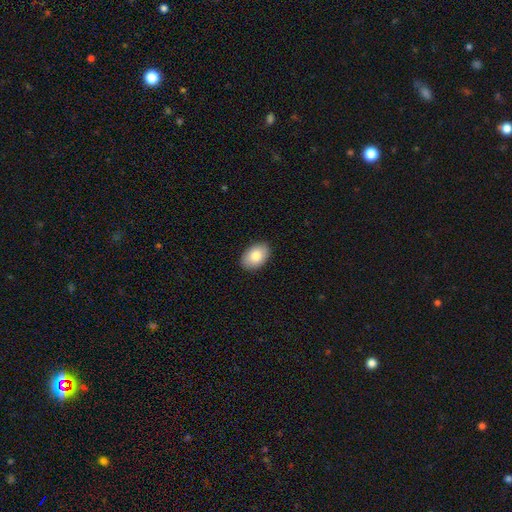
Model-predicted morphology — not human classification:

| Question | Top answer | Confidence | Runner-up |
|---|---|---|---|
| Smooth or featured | smooth | 85% | featured or disk (9%) |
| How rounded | in between | 89% | round (10%) |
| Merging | none | 89% | minor disturbance (8%) |